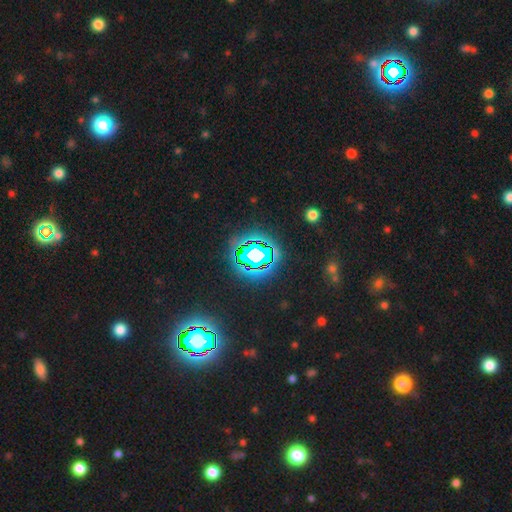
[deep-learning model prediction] Smooth or featured? Predicted: star or artifact (p=0.80).